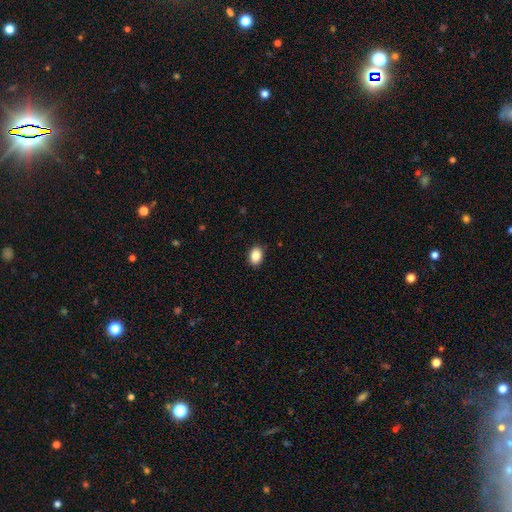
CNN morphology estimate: type=smooth (88%); roundness=in between (77%); merging=none (89%).